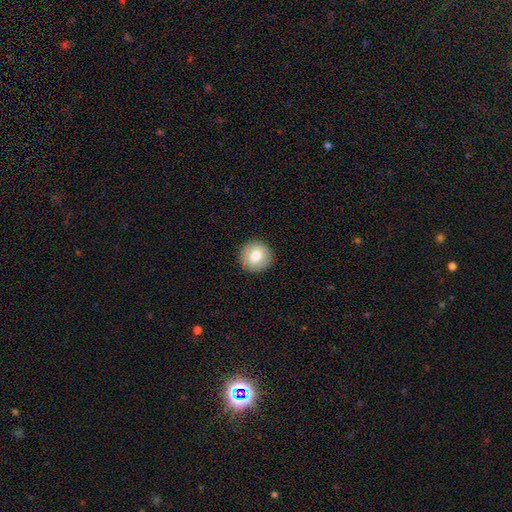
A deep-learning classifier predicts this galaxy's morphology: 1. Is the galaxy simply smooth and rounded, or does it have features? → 74% smooth, 18% featured or disk, 8% star or artifact.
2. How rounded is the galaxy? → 93% round, 6% in between, 1% cigar-shaped.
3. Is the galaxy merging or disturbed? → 90% none, 7% minor disturbance, 2% major disturbance, 1% merger.